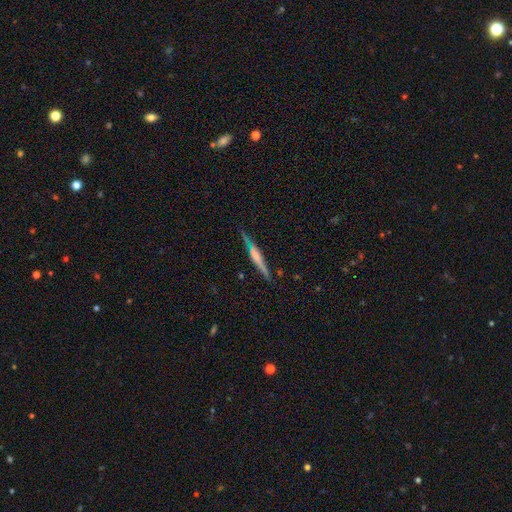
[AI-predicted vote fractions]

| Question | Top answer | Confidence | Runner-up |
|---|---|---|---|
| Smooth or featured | featured or disk | 57% | smooth (36%) |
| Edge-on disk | yes | 93% | no (7%) |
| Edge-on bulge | boxy | 35% | none (33%) |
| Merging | none | 71% | minor disturbance (19%) |